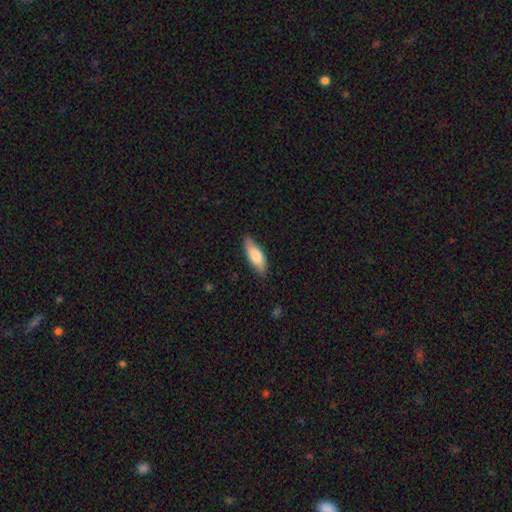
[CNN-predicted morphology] Q: Smooth or featured?
A: smooth (78%); runner-up: featured or disk (17%)
Q: How rounded?
A: in between (64%); runner-up: cigar-shaped (34%)
Q: Merging?
A: none (83%); runner-up: minor disturbance (13%)